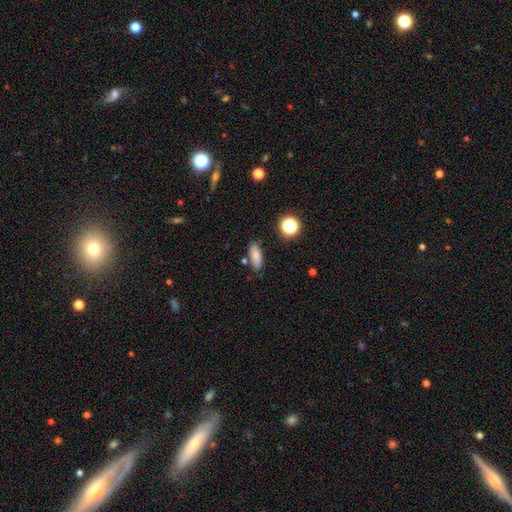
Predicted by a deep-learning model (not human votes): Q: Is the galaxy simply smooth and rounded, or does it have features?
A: smooth — 80%.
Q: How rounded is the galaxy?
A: in between — 68%.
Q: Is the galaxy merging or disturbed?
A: none — 80%.